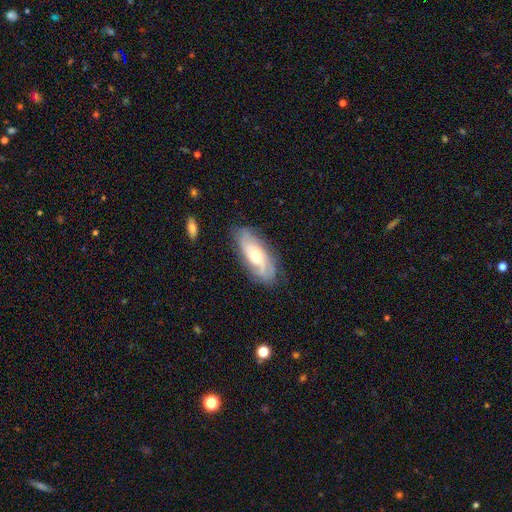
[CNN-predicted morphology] This appears to be a featured or disk galaxy (67%) with no bar (69%), spiral arms (85%) and a moderate central bulge (67%). Merging: none (75%).